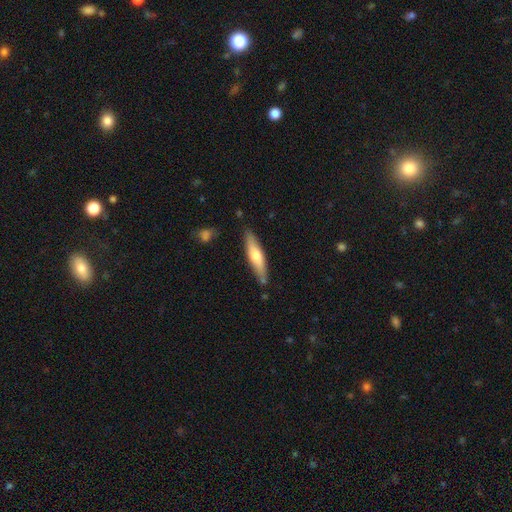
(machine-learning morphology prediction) A smooth galaxy with no disk features (58%) that is cigar-shaped (78%).

Vote fractions:
- Smooth or featured? smooth: 58% / featured or disk: 37% / star or artifact: 5%
- How rounded? cigar-shaped: 78% / in between: 20% / round: 1%
- Merging? none: 81% / minor disturbance: 13% / merger: 4% / major disturbance: 2%